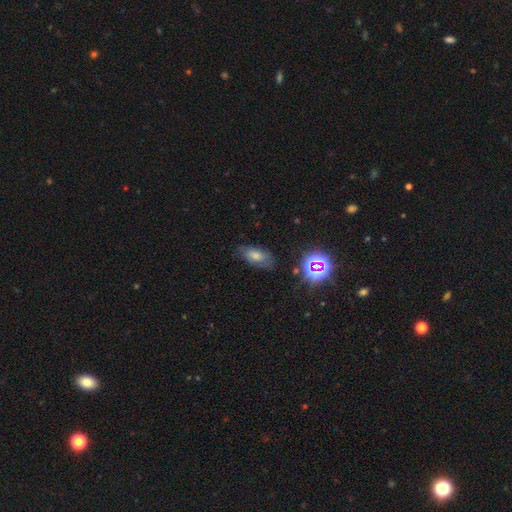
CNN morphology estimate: Smooth or featured? Predicted: smooth (p=0.64). How rounded? Predicted: in between (p=0.87). Merging? Predicted: none (p=0.68).